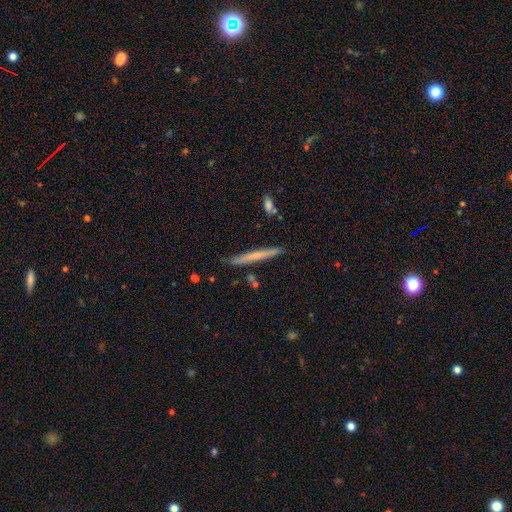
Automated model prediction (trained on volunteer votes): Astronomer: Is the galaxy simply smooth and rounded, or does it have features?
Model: smooth — 53% (runner-up: featured or disk, 41%).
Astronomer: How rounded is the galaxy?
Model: cigar-shaped — 97%.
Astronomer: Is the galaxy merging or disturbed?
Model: none — 86%.